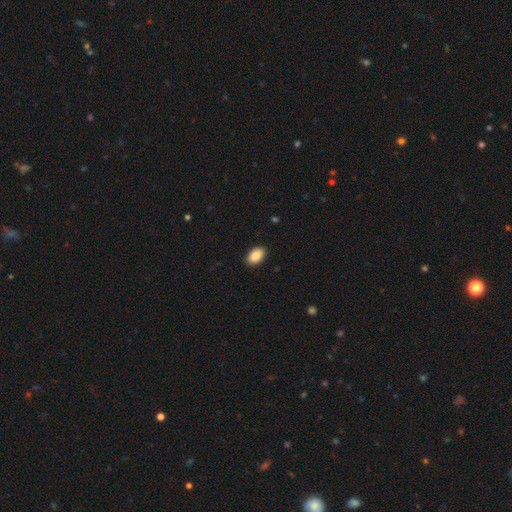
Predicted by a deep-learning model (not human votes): smooth_or_featured: smooth (p=0.90) [alt: star or artifact p=0.07]
how_rounded: in between (p=0.91) [alt: round p=0.08]
merging: none (p=0.90) [alt: minor disturbance p=0.07]